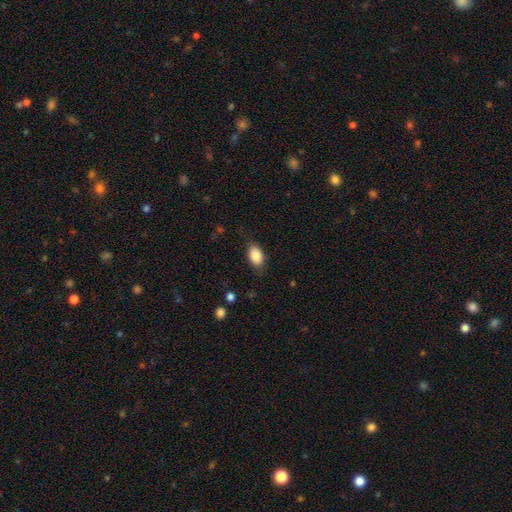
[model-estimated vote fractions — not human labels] A smooth galaxy with no disk features (87%) that is in between round and cigar-shaped (89%).

Vote fractions:
- Smooth or featured? smooth: 87% / star or artifact: 7% / featured or disk: 6%
- How rounded? in between: 89% / round: 9% / cigar-shaped: 2%
- Merging? none: 79% / minor disturbance: 15% / major disturbance: 4% / merger: 1%